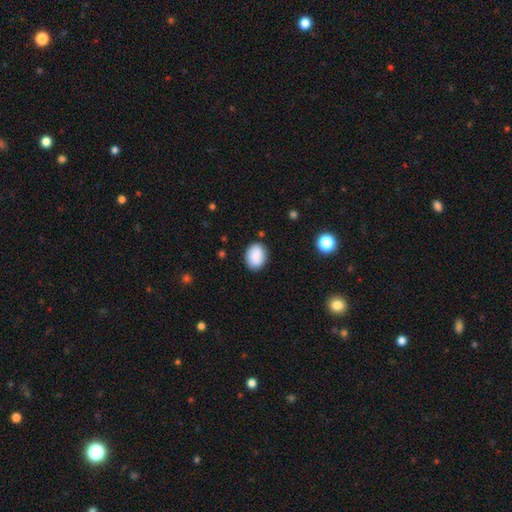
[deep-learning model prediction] Q: Smooth or featured?
A: smooth (87%); runner-up: star or artifact (8%)
Q: How rounded?
A: in between (62%); runner-up: round (37%)
Q: Merging?
A: none (83%); runner-up: minor disturbance (12%)